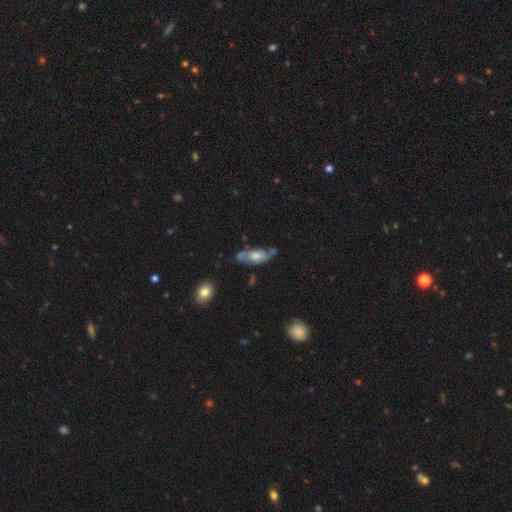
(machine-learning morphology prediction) featured or disk 57%, smooth 37%, star or artifact 7%. Down the decision tree: edge-on disk — no (78%); merging — none (51%).